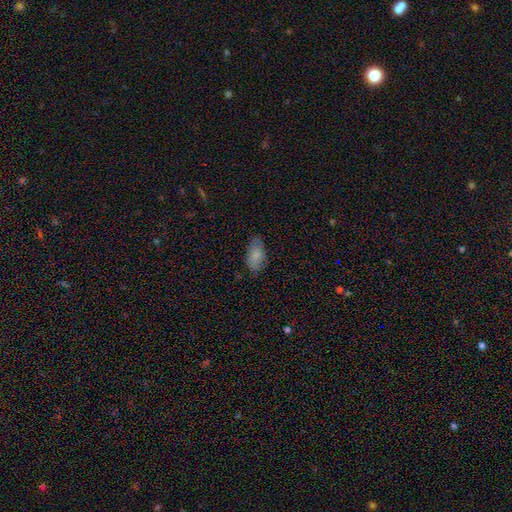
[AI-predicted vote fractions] Smooth or featured? Predicted: smooth (p=0.81). How rounded? Predicted: in between (p=0.93). Merging? Predicted: none (p=0.77).